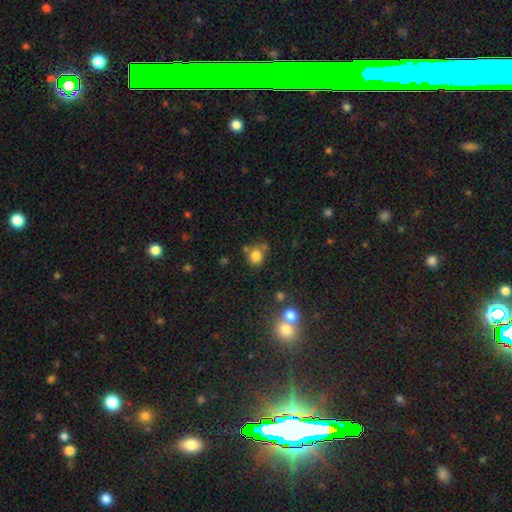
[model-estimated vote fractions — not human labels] Smooth or featured? smooth (80%)
How rounded? round (76%)
Merging? none (63%)